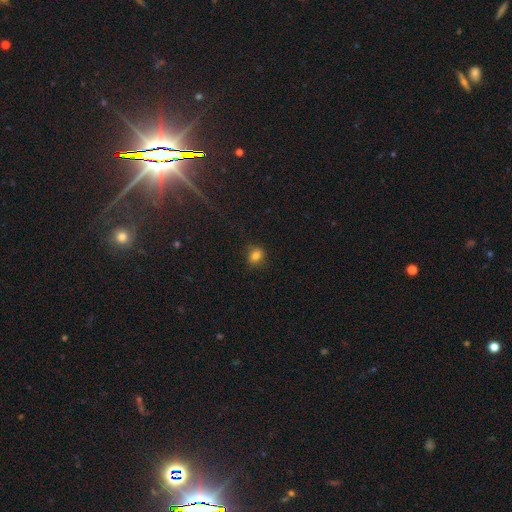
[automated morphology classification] This appears to be a smooth galaxy with no disk features (80%) that is round (50%). Merging: none (79%).